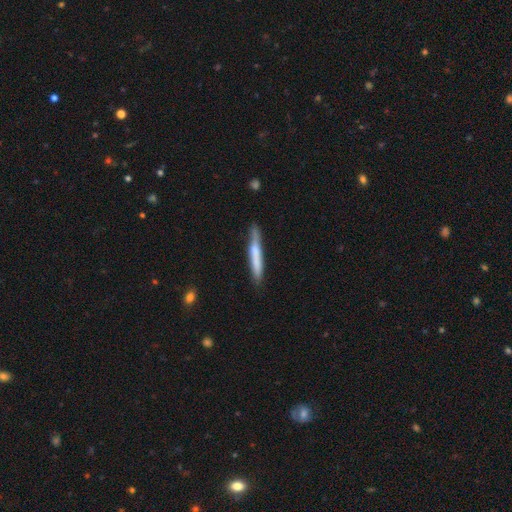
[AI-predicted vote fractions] smooth 59%, featured or disk 35%, star or artifact 6%. Down the decision tree: how rounded — cigar-shaped (95%); merging — none (79%).